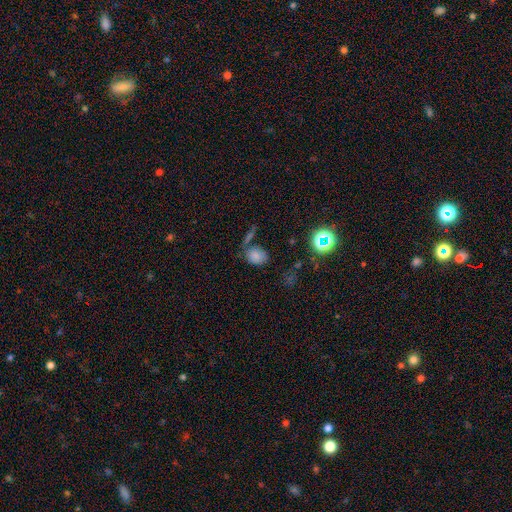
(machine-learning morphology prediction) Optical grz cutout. It shows a smooth galaxy with no disk features (76%) that is in between round and cigar-shaped (57%). Merging: none (63%).